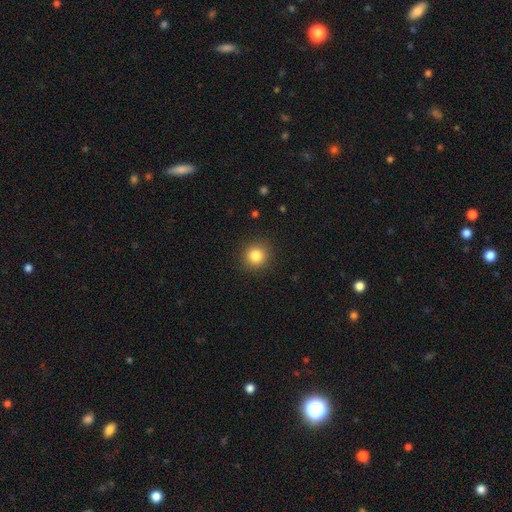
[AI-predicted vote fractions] Smooth or featured? smooth (84%)
How rounded? round (92%)
Merging? none (90%)